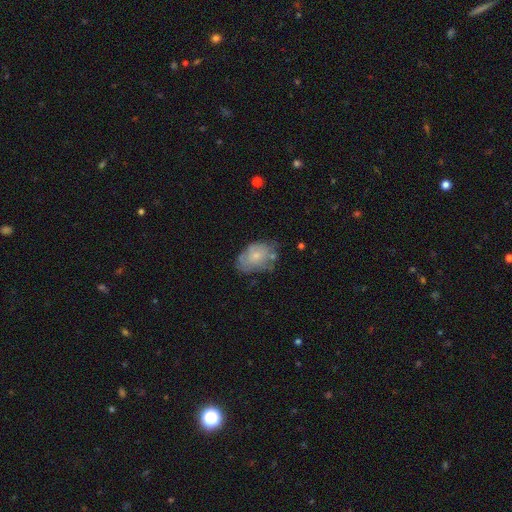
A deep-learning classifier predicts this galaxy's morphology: A smooth galaxy with no disk features (52%) that is in between round and cigar-shaped (82%). Merging: none (51%).